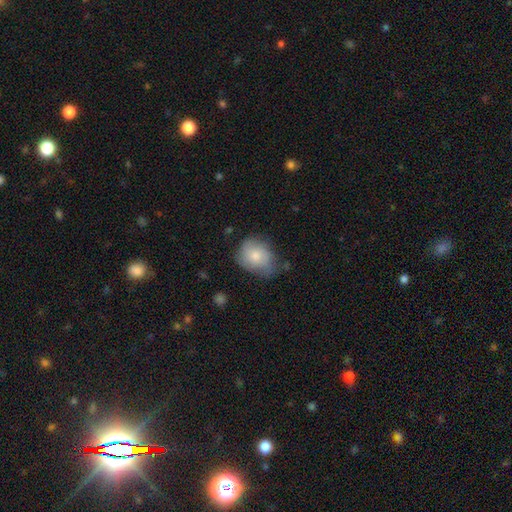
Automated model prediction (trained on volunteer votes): Smooth or featured? Predicted: smooth (p=0.73). How rounded? Predicted: round (p=0.54). Merging? Predicted: none (p=0.48).